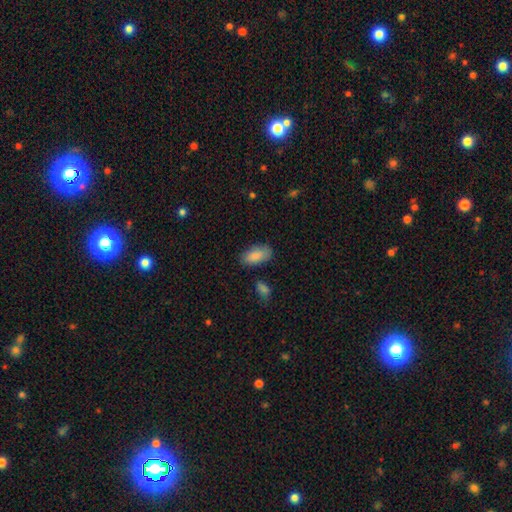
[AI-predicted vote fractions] Q: Smooth or featured?
A: smooth (87%); runner-up: featured or disk (7%)
Q: How rounded?
A: in between (94%); runner-up: cigar-shaped (4%)
Q: Merging?
A: none (78%); runner-up: minor disturbance (15%)